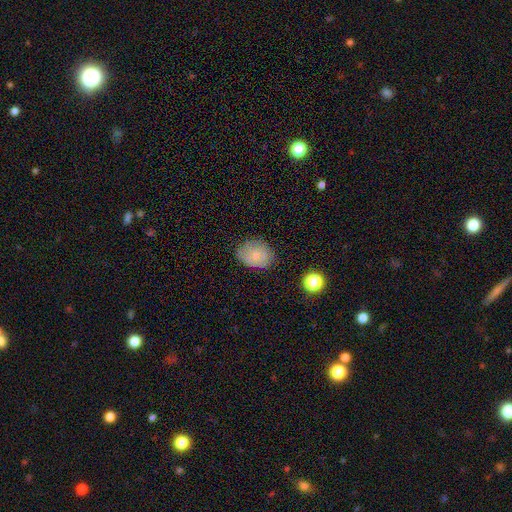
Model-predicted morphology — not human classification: A smooth galaxy with no disk features (61%) that is in between round and cigar-shaped (53%).

Vote fractions:
- Smooth or featured? smooth: 61% / featured or disk: 29% / star or artifact: 11%
- How rounded? in between: 53% / round: 46% / cigar-shaped: 1%
- Merging? none: 76% / minor disturbance: 18% / major disturbance: 4% / merger: 2%